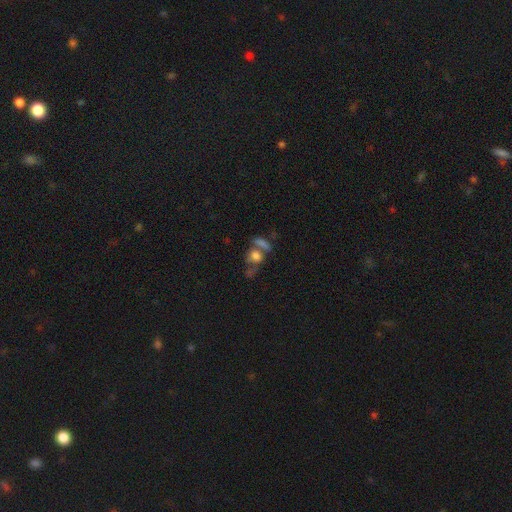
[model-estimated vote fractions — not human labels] A smooth galaxy with no disk features (63%) that is in between round and cigar-shaped (48%).

Vote fractions:
- Smooth or featured? smooth: 63% / featured or disk: 23% / star or artifact: 15%
- How rounded? in between: 48% / round: 47% / cigar-shaped: 5%
- Merging? merger: 39% / none: 35% / major disturbance: 13% / minor disturbance: 13%